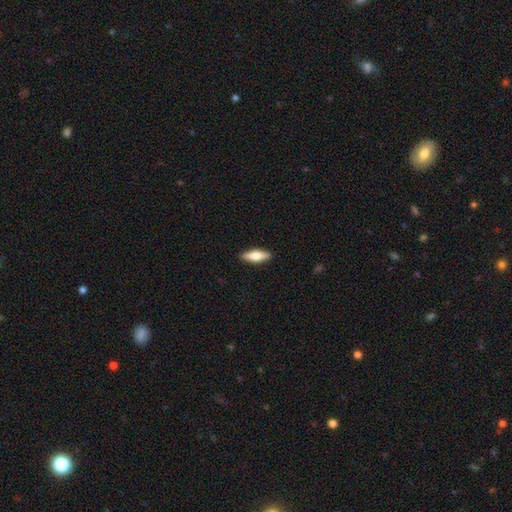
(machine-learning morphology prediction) Smooth or featured? Predicted: smooth (p=0.63). How rounded? Predicted: cigar-shaped (p=0.49, tied with in between). Merging? Predicted: none (p=0.90).